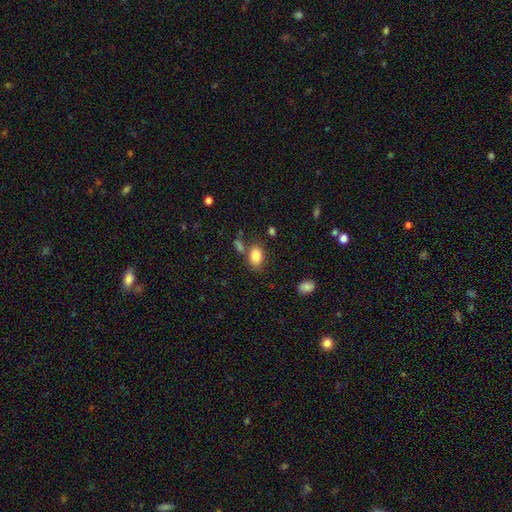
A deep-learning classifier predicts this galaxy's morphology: Smooth or featured?
  - smooth: 84% *
  - star or artifact: 9%
  - featured or disk: 7%
How rounded?
  - in between: 83% *
  - round: 16%
  - cigar-shaped: 1%
Merging?
  - none: 72% *
  - minor disturbance: 14%
  - merger: 10%
  - major disturbance: 4%